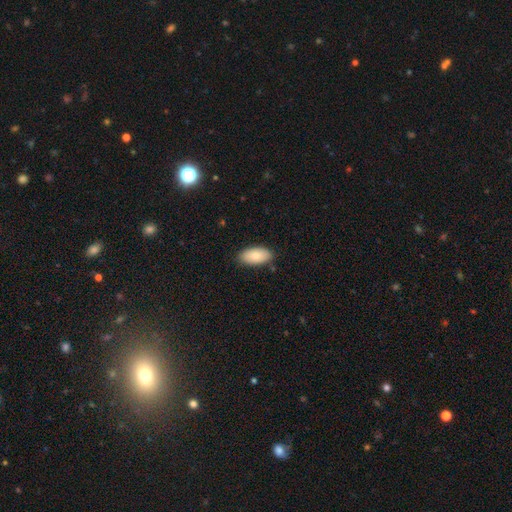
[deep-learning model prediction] The model was most divided on "smooth or featured": smooth: 80%, featured or disk: 14%, star or artifact: 6%. More confident: how rounded — in between (94%); merging — none (84%).